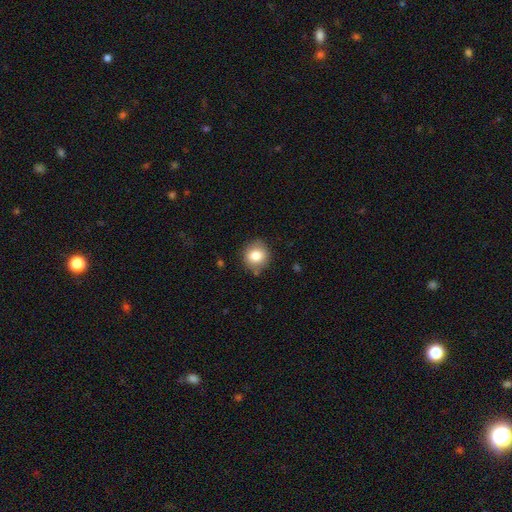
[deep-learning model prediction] Overall: smooth (81%). How rounded: round (82%). Merging: none (83%).